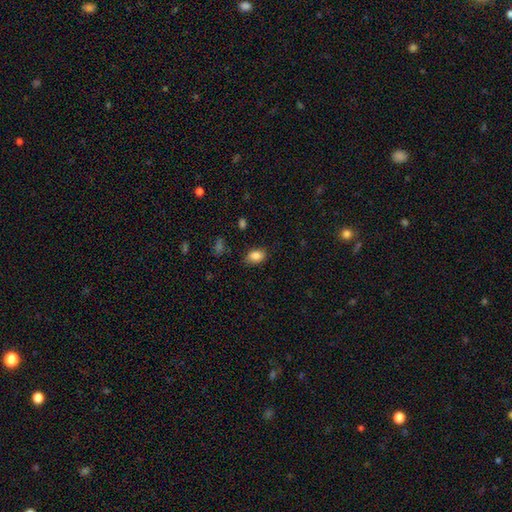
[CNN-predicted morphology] smooth_or_featured: smooth (p=0.86) [alt: star or artifact p=0.09]
how_rounded: in between (p=0.82) [alt: round p=0.17]
merging: none (p=0.81) [alt: minor disturbance p=0.14]